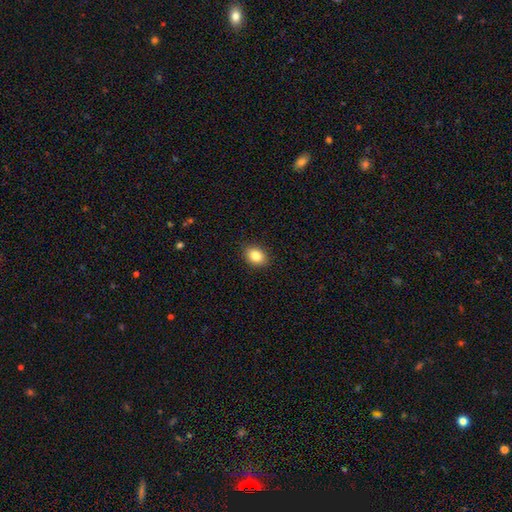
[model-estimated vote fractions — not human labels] Morphology: type=smooth (84%); roundness=in between (62%); merging=none (89%).